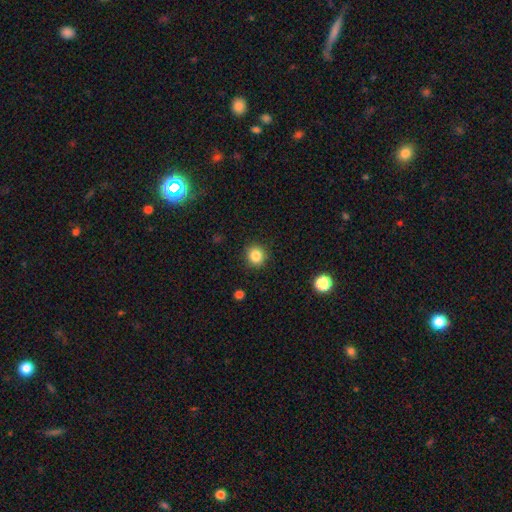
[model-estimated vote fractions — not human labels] Smooth or featured? smooth (84%)
How rounded? round (89%)
Merging? none (90%)